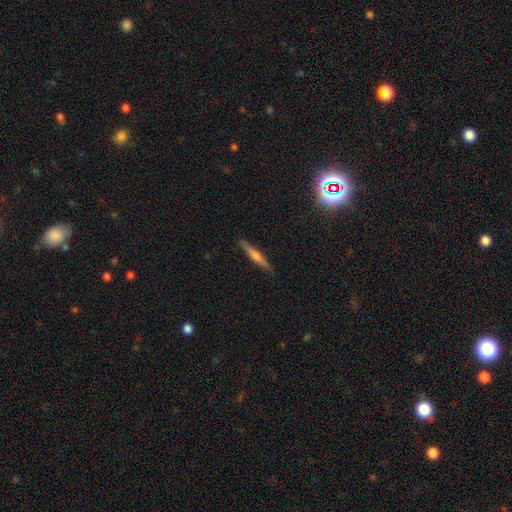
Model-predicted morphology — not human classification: Smooth or featured?
  - featured or disk: 63% *
  - smooth: 29%
  - star or artifact: 8%
Edge-on disk?
  - yes: 97% *
  - no: 3%
Edge-on bulge?
  - rounded: 73% *
  - none: 14%
  - boxy: 13%
Merging?
  - none: 90% *
  - minor disturbance: 7%
  - major disturbance: 1%
  - merger: 1%